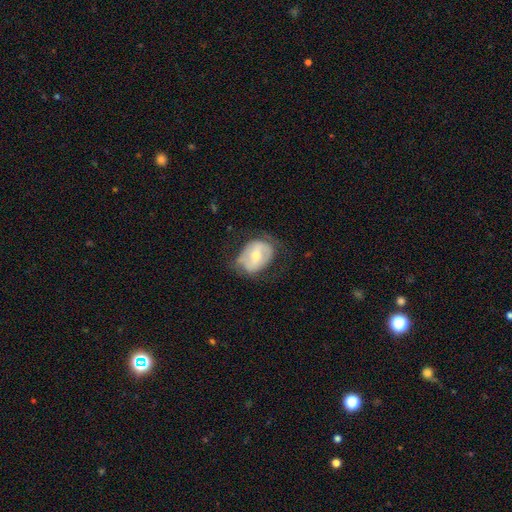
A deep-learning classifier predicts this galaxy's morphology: smooth-or-featured: featured or disk: 52% | smooth: 42% | star or artifact: 7%
  disk-edge-on: no: 94% | yes: 6%
  merging: none: 55% | minor disturbance: 28% | major disturbance: 15% | merger: 1%